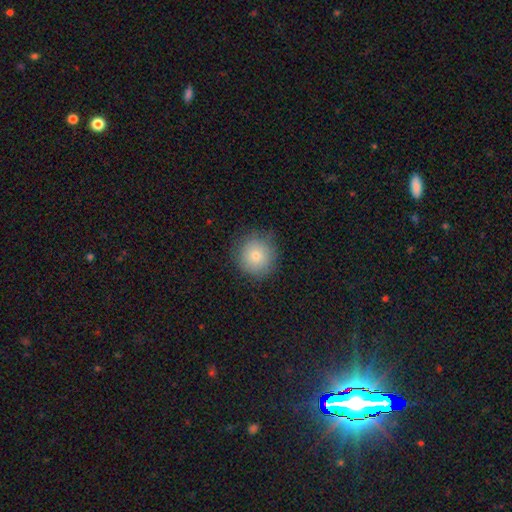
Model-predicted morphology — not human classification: smooth 77%, featured or disk 12%, star or artifact 11%. Down the decision tree: how rounded — round (94%); merging — none (84%).